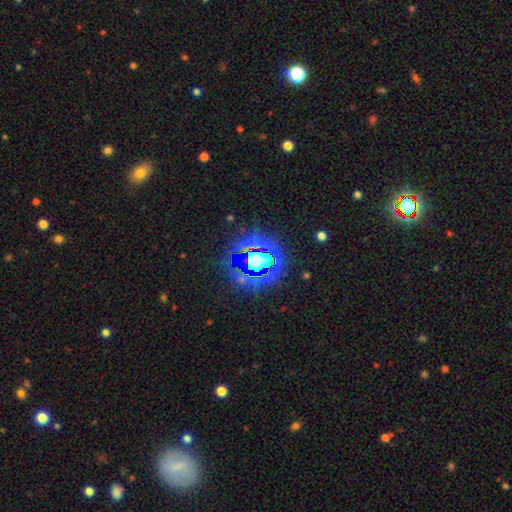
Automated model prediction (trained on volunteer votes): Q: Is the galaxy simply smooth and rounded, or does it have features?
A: star or artifact — 79%.